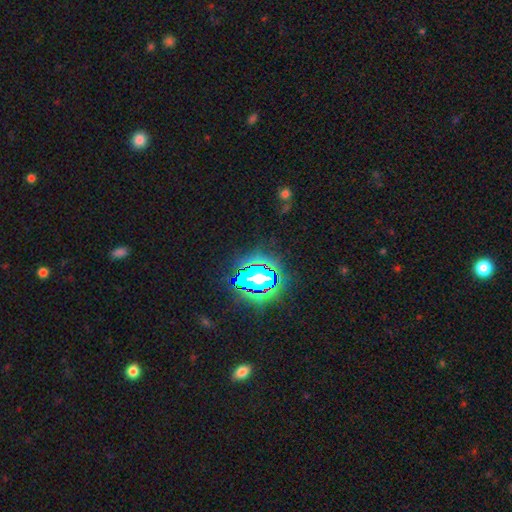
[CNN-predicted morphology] star or artifact 82%, smooth 11%, featured or disk 7%.